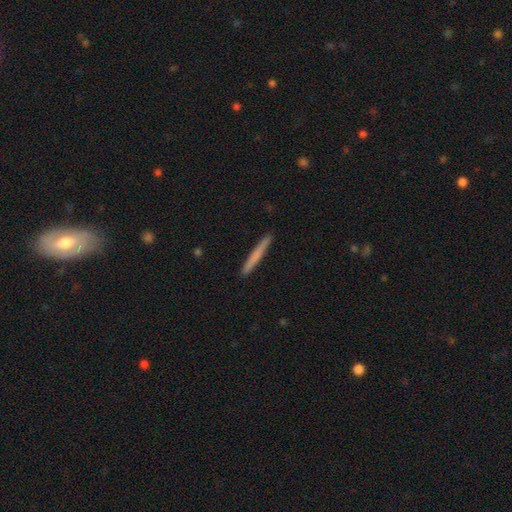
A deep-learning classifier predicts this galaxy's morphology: smooth-or-featured: smooth: 65% | featured or disk: 30% | star or artifact: 5%
  how-rounded: cigar-shaped: 97% | in between: 2% | round: 1%
  merging: none: 93% | minor disturbance: 5% | major disturbance: 1% | merger: 1%